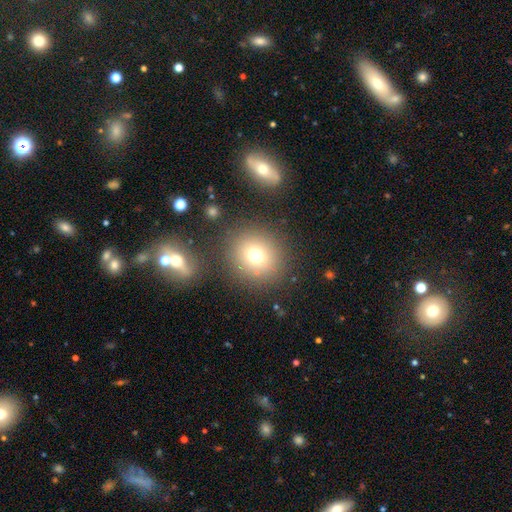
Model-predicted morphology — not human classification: A smooth galaxy with no disk features (73%) that is round (87%). Merging: none (81%).